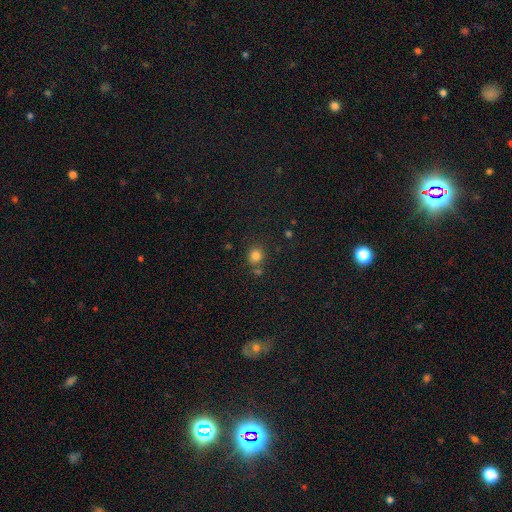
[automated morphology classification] type=smooth (81%); roundness=round (85%); merging=none (72%).